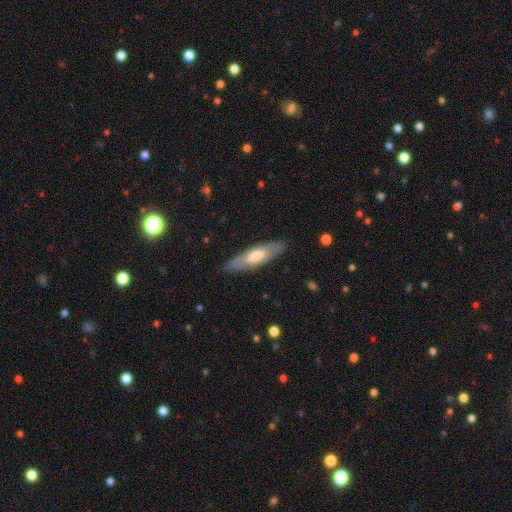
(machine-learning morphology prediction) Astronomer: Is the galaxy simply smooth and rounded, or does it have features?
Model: smooth — 50% (runner-up: featured or disk, 44%).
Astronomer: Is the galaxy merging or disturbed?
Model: none — 86%.